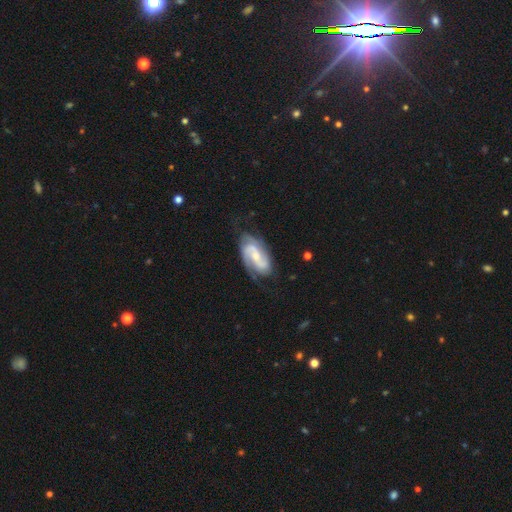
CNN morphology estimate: This appears to be a featured or disk galaxy (83%) with a weak bar (45%), 2 (77%) medium (47%) spiral arms (96%) and a small central bulge (50%). Merging: none (68%).